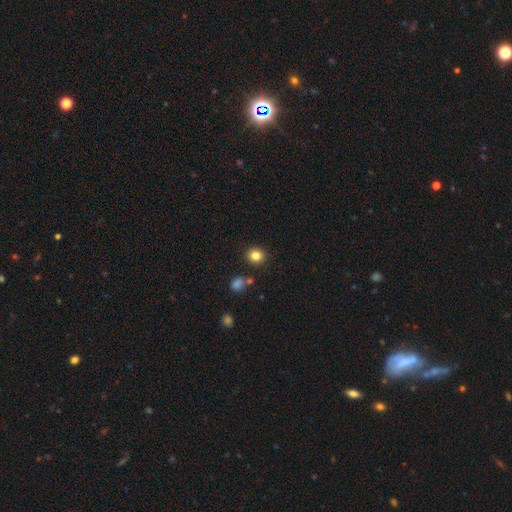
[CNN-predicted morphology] type=smooth (83%); roundness=round (83%); merging=none (87%).